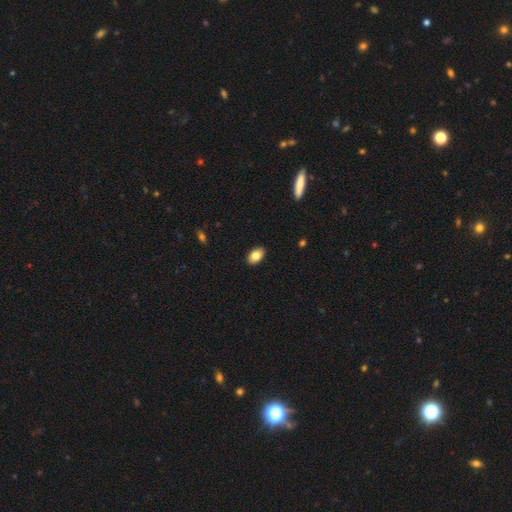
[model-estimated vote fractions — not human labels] Smooth or featured? Predicted: smooth (p=0.83). How rounded? Predicted: in between (p=0.91). Merging? Predicted: none (p=0.89).